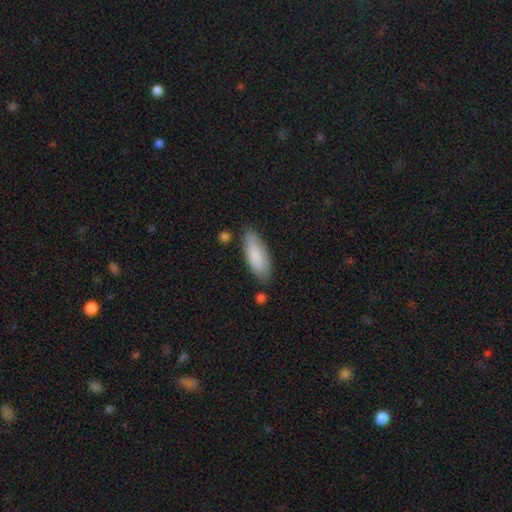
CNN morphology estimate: smooth_or_featured: smooth (p=0.82) [alt: featured or disk p=0.12]
how_rounded: in between (p=0.73) [alt: cigar-shaped p=0.25]
merging: none (p=0.76) [alt: minor disturbance p=0.17]